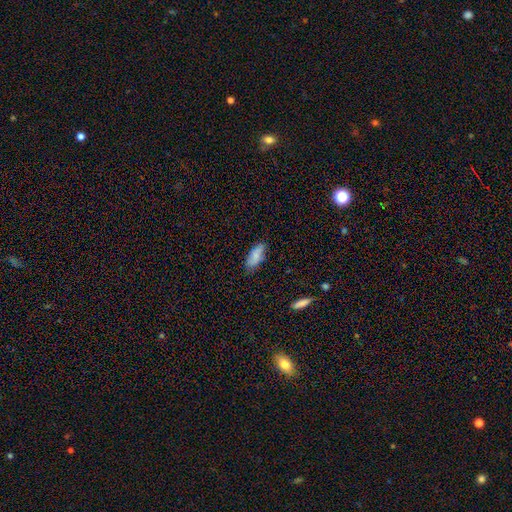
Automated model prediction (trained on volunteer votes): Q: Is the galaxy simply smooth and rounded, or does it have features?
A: smooth — 81%.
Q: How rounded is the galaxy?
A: in between — 82%.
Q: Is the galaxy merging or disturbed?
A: none — 77%.